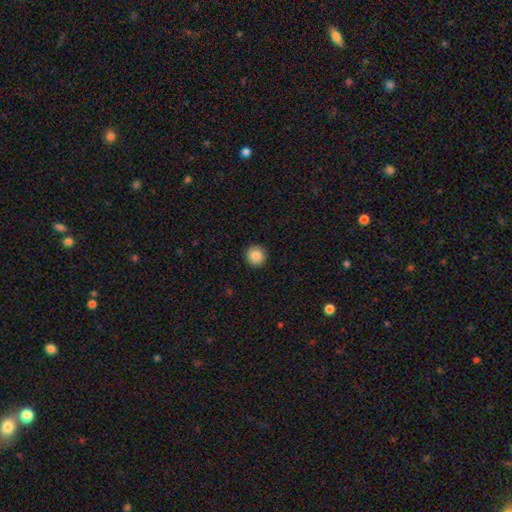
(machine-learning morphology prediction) Smooth or featured: smooth — 87% (star or artifact — 9%)
How rounded: round — 94% (in between — 5%)
Merging: none — 93% (minor disturbance — 5%)